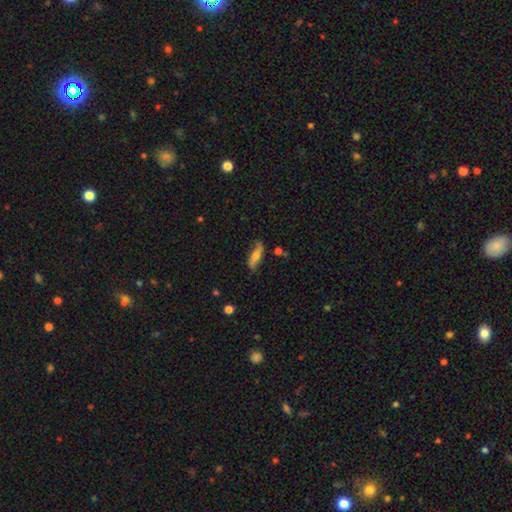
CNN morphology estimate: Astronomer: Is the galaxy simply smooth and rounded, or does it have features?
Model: featured or disk — 51% (runner-up: smooth, 42%).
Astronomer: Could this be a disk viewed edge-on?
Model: no — 57% (runner-up: yes, 43%).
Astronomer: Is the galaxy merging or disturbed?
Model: none — 71%.